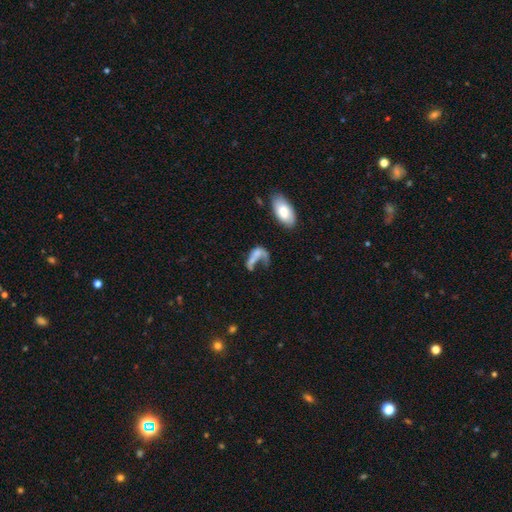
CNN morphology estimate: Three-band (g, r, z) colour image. It shows a smooth galaxy with no disk features (49%). Merging: major disturbance (39%).